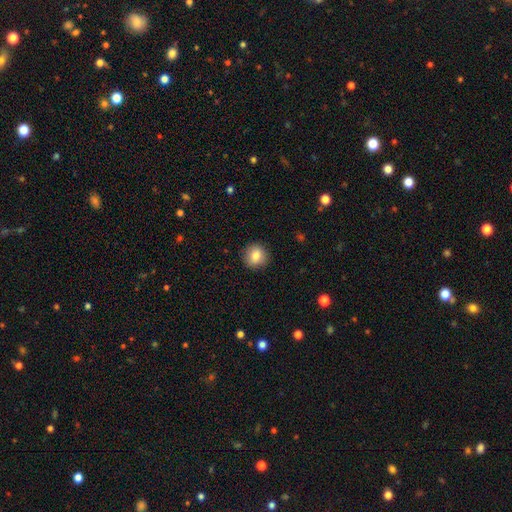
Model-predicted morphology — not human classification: Overall: smooth (84%). How rounded: round (89%). Merging: none (90%).